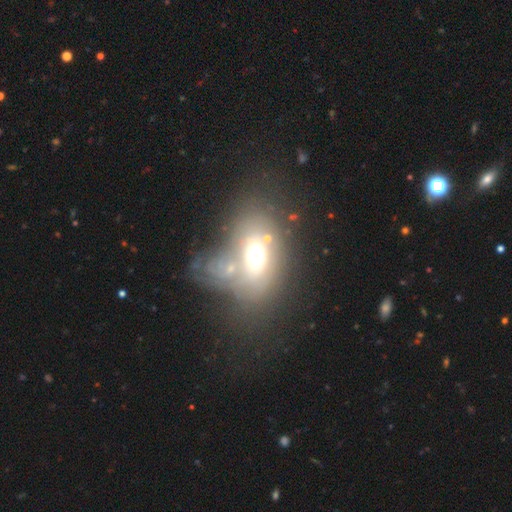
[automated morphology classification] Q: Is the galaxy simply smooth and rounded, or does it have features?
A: smooth — 44%.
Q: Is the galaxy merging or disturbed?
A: merger — 36%.